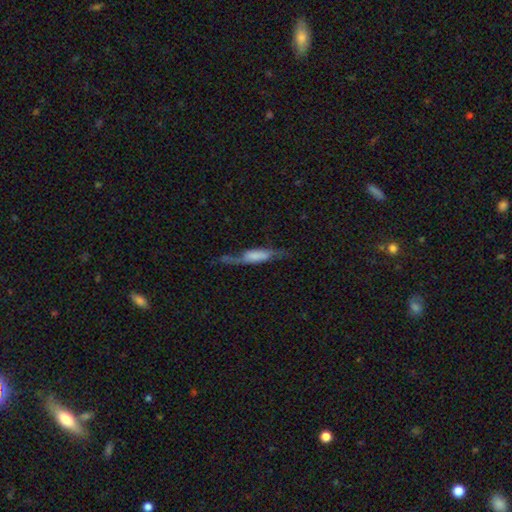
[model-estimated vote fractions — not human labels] This is possibly a featured or disk galaxy (50%). Merging: possibly none (48%).